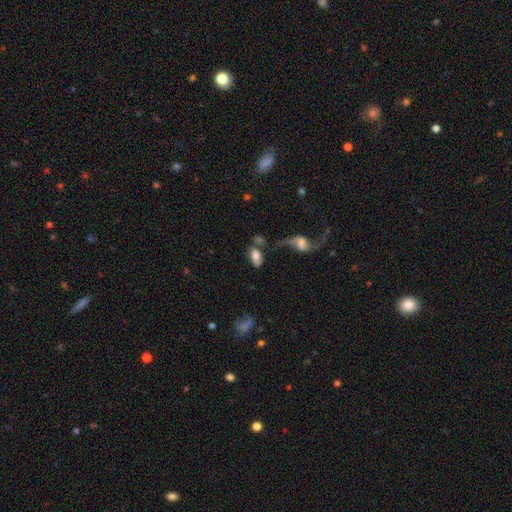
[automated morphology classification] Smooth or featured? smooth (68%)
How rounded? in between (92%)
Merging? none (39%)